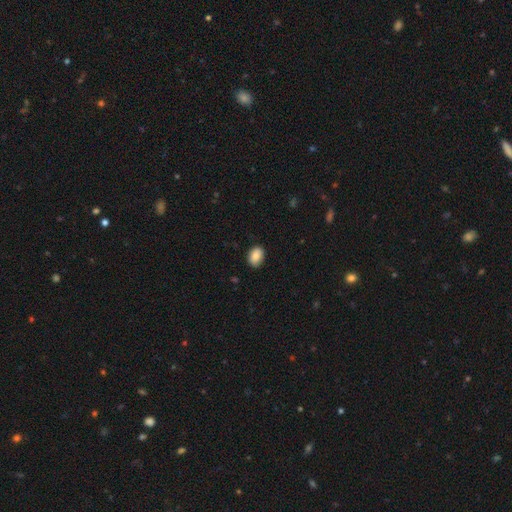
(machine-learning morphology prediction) A smooth galaxy with no disk features (88%) that is in between round and cigar-shaped (80%). Merging: none (87%).